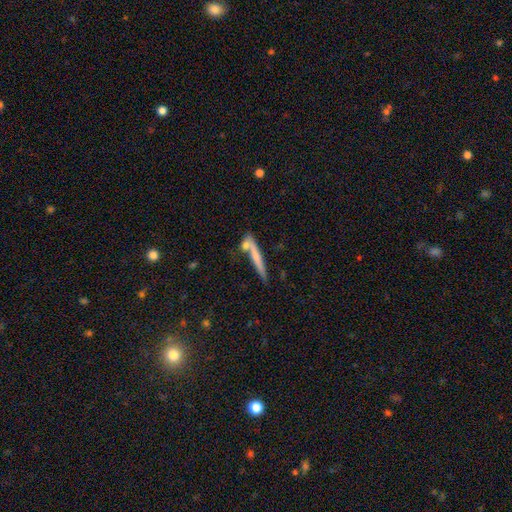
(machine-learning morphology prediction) Smooth or featured: smooth — 58% (featured or disk — 35%)
How rounded: cigar-shaped — 93% (in between — 4%)
Merging: none — 64% (merger — 18%)